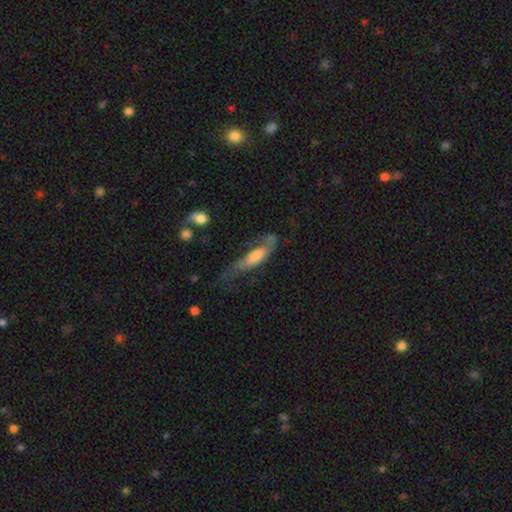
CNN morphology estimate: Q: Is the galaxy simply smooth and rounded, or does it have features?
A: smooth — 47%, tied with featured or disk.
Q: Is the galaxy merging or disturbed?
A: none — 35%.